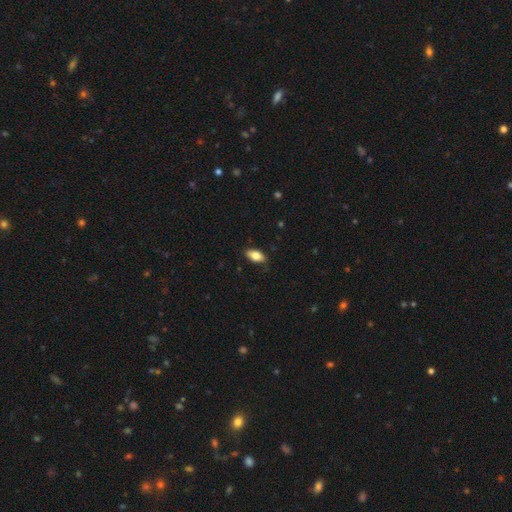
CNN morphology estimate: smooth-or-featured: smooth: 80% | featured or disk: 13% | star or artifact: 7%
  how-rounded: in between: 91% | cigar-shaped: 6% | round: 3%
  merging: none: 83% | minor disturbance: 14% | major disturbance: 2% | merger: 1%